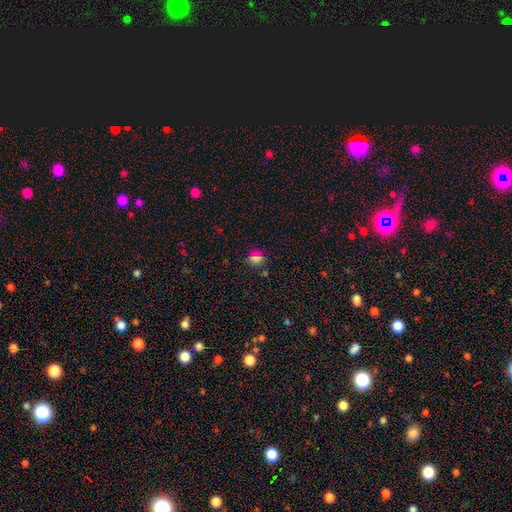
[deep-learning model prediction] This appears to be a smooth galaxy with no disk features (67%) that is round (73%). Merging: none (84%).